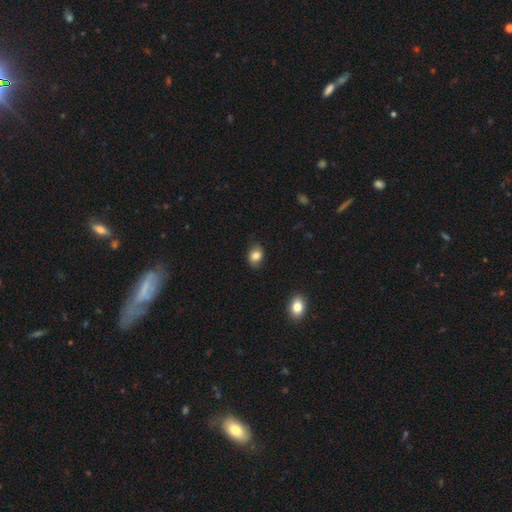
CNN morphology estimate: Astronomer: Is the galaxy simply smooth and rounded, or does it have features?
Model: smooth — 83%.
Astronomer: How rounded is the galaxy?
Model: in between — 66%.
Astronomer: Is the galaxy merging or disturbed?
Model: none — 78%.